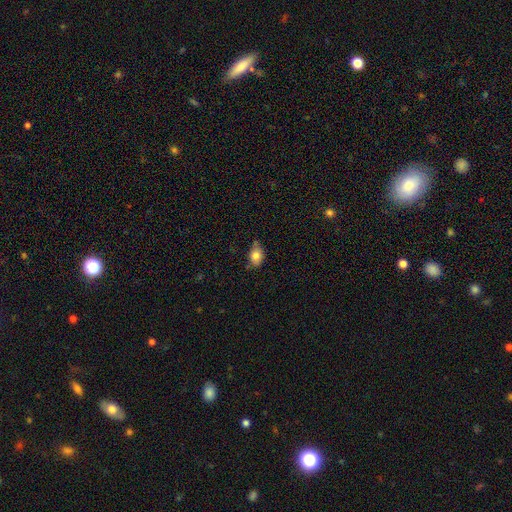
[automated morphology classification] The model was most divided on "merging": none: 65%, minor disturbance: 26%, merger: 5%, major disturbance: 4%. More confident: how rounded — in between (80%); smooth or featured — smooth (79%).